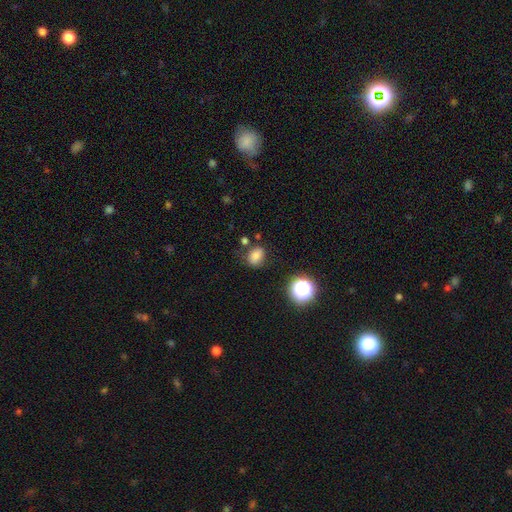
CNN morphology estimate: This appears to be a smooth galaxy with no disk features (79%) that is in between round and cigar-shaped (57%). Merging: none (75%).